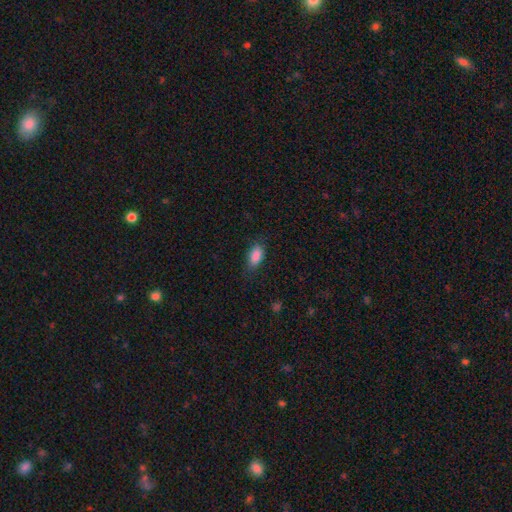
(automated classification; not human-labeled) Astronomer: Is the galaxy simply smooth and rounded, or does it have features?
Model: smooth — 88%.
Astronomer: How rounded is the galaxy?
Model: in between — 90%.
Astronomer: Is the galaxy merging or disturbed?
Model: none — 76%.